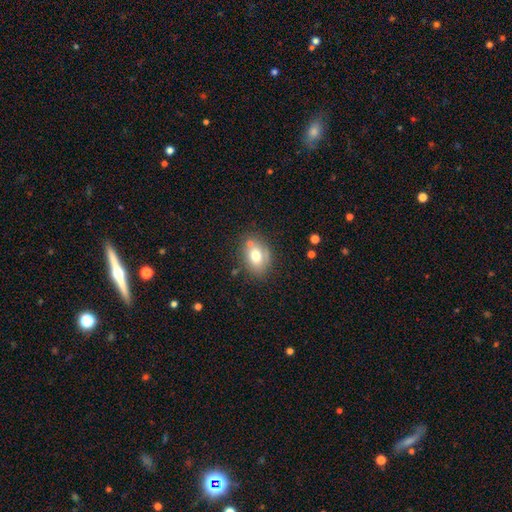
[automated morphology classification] This is likely a smooth galaxy (70%). How rounded: likely in between (71%). Merging: likely none (63%).